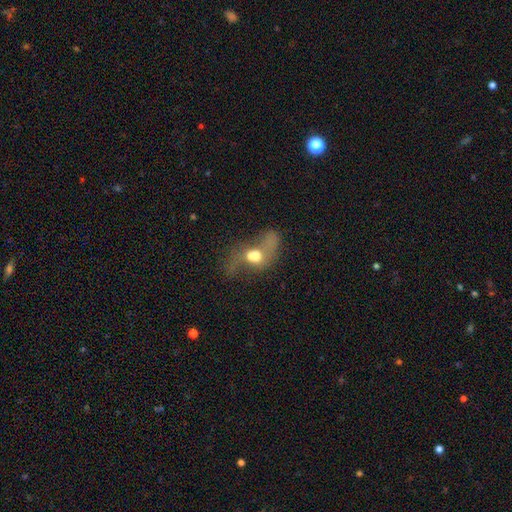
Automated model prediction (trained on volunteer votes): smooth 49%, featured or disk 39%, star or artifact 12%. Down the decision tree: merging — merger (59%).